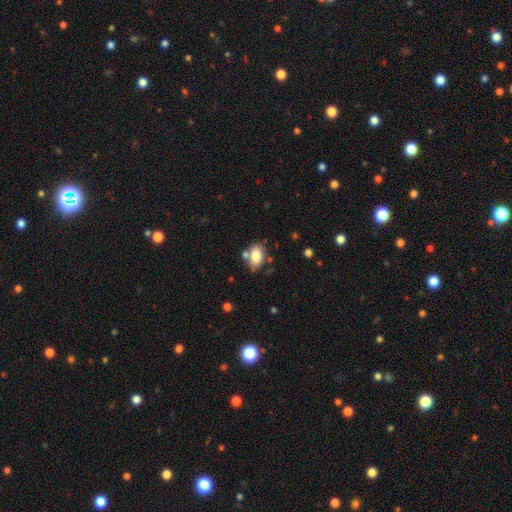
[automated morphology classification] smooth-or-featured: smooth: 81% | featured or disk: 11% | star or artifact: 8%
  how-rounded: in between: 88% | round: 10% | cigar-shaped: 2%
  merging: none: 65% | minor disturbance: 17% | merger: 14% | major disturbance: 4%